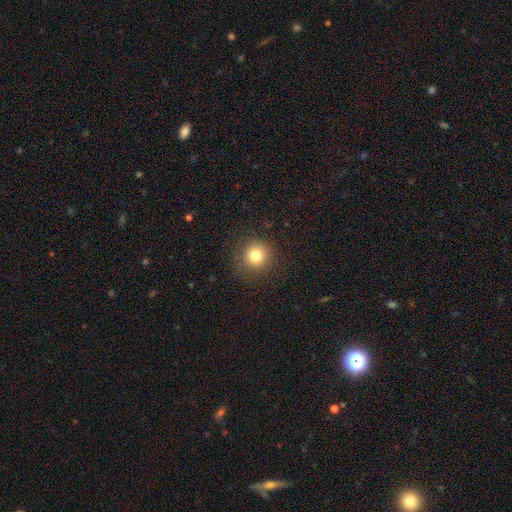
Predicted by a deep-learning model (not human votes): smooth_or_featured: smooth (p=0.80) [alt: star or artifact p=0.12]
how_rounded: round (p=0.94) [alt: in between p=0.05]
merging: none (p=0.88) [alt: minor disturbance p=0.07]